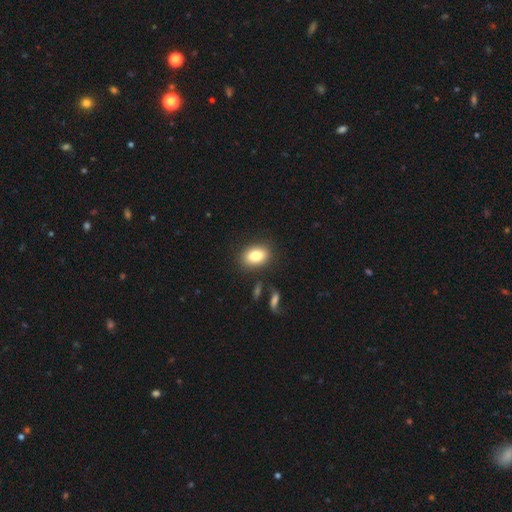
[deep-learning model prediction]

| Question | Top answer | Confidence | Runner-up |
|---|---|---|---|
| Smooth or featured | smooth | 82% | featured or disk (9%) |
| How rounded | in between | 78% | round (20%) |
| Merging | none | 85% | minor disturbance (9%) |